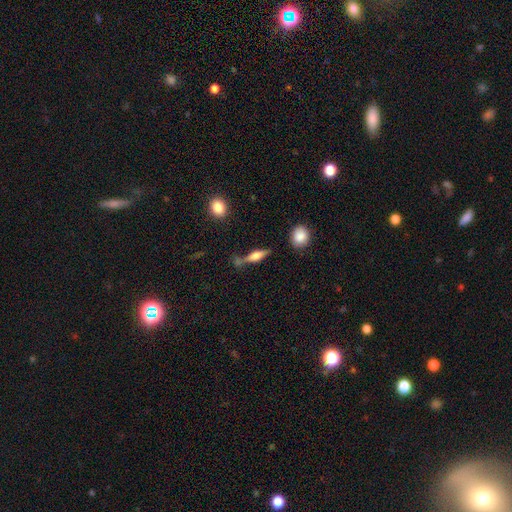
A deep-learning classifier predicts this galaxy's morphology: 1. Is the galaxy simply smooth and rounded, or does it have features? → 49% featured or disk, 43% smooth, 8% star or artifact.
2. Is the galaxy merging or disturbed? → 65% none, 17% minor disturbance, 12% merger, 6% major disturbance.